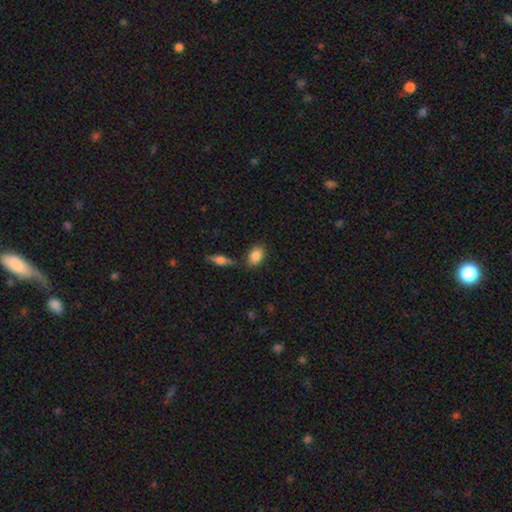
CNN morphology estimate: Overall: smooth (85%). How rounded: in between (82%). Merging: none (75%).